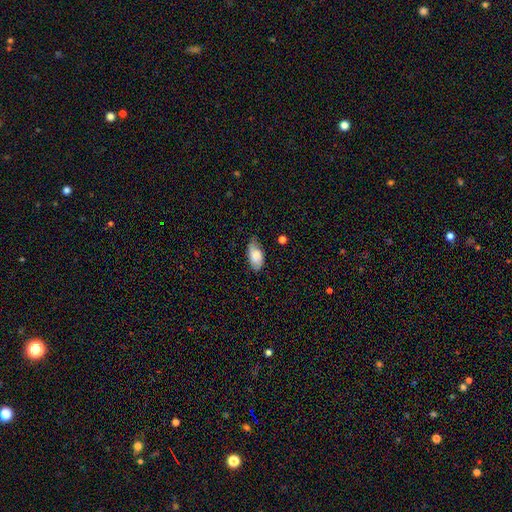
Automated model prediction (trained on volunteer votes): Smooth or featured?
  - smooth: 71% *
  - featured or disk: 22%
  - star or artifact: 7%
How rounded?
  - in between: 92% *
  - cigar-shaped: 4%
  - round: 4%
Merging?
  - none: 66% *
  - minor disturbance: 27%
  - major disturbance: 6%
  - merger: 2%